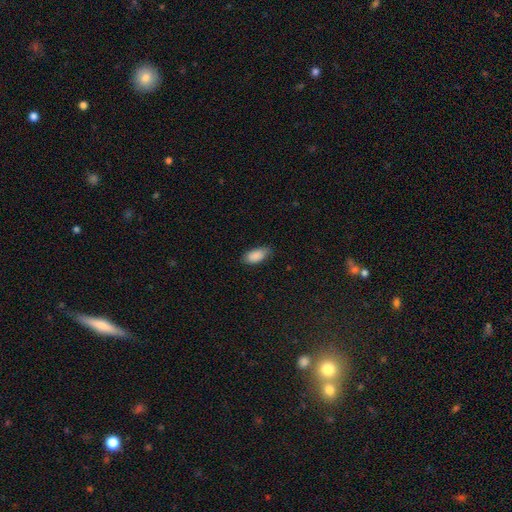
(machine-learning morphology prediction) A smooth galaxy with no disk features (89%) that is in between round and cigar-shaped (92%). Merging: none (77%).